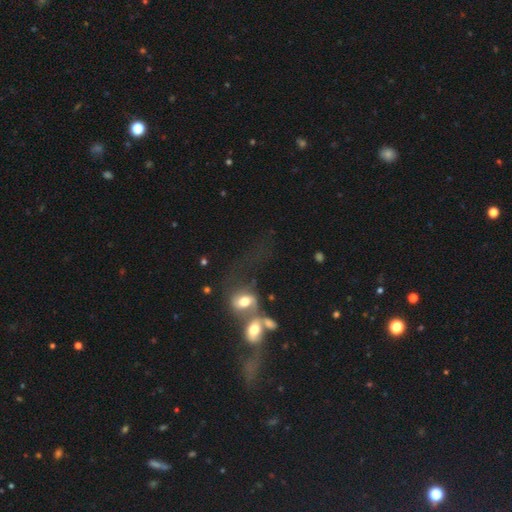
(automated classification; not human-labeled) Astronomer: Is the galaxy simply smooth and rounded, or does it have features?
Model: smooth — 41% (runner-up: featured or disk, 32%).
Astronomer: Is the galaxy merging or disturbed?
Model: merger — 63%.